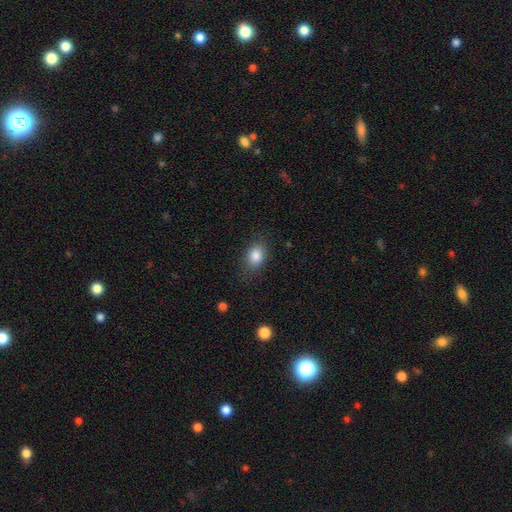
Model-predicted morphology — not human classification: Smooth or featured? Predicted: smooth (p=0.85). How rounded? Predicted: in between (p=0.68). Merging? Predicted: none (p=0.80).